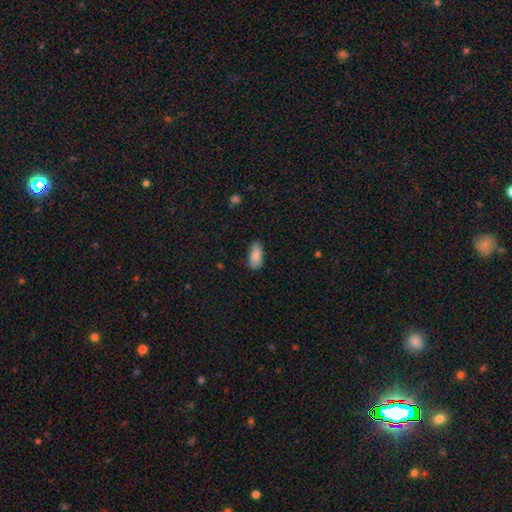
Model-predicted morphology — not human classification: Overall: smooth (86%). How rounded: in between (89%). Merging: none (79%).